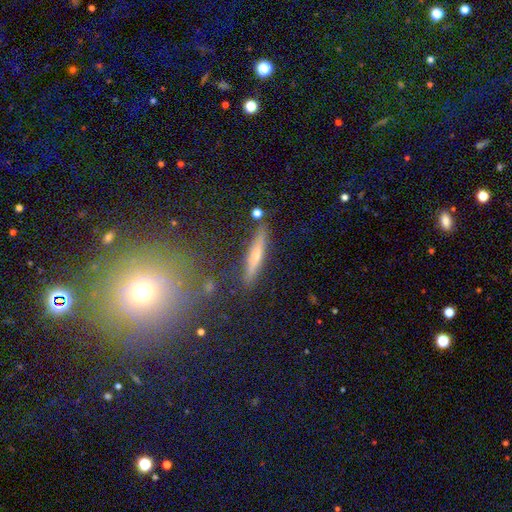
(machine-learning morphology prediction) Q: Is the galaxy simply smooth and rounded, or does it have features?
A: smooth — 46%, tied with featured or disk.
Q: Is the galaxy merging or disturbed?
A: none — 84%.